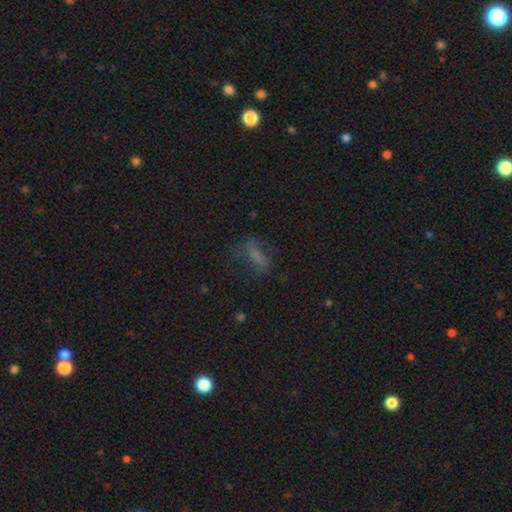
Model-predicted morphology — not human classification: Smooth or featured? smooth (46%)
Merging? none (51%)